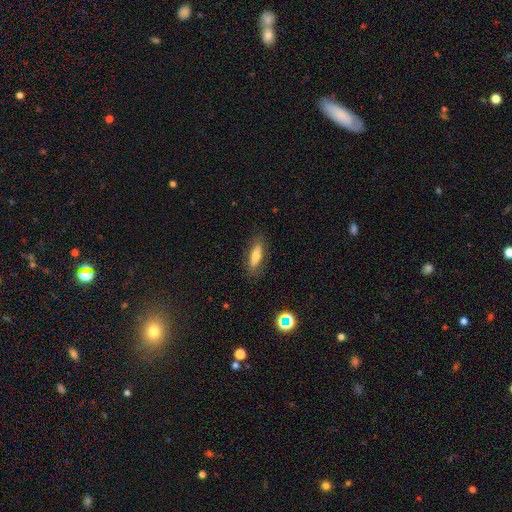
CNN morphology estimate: Smooth or featured?
  - smooth: 66% *
  - featured or disk: 26%
  - star or artifact: 8%
How rounded?
  - in between: 55% *
  - cigar-shaped: 42%
  - round: 3%
Merging?
  - none: 81% *
  - minor disturbance: 13%
  - major disturbance: 4%
  - merger: 1%